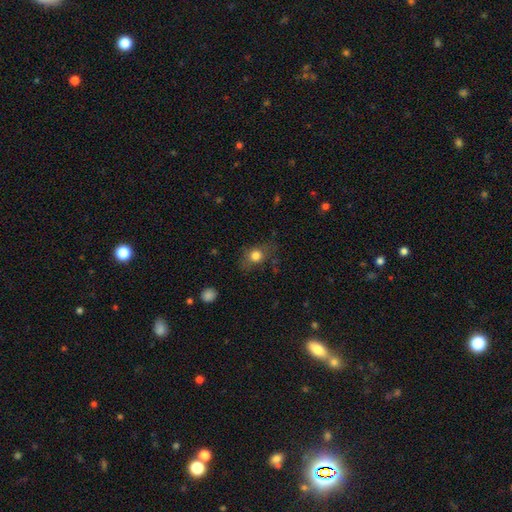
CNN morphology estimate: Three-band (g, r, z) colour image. It shows a smooth galaxy with no disk features (75%) that is in between round and cigar-shaped (49%). Merging: none (68%).